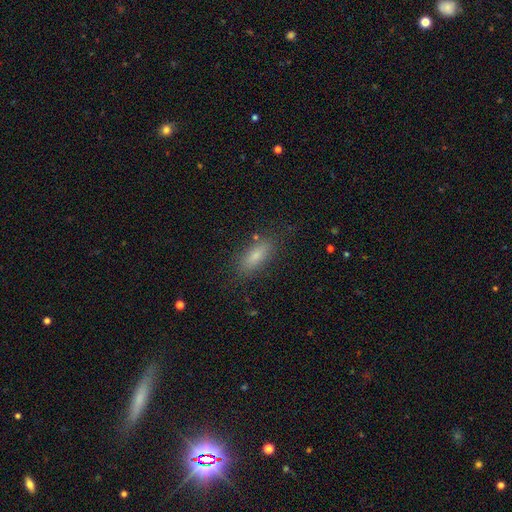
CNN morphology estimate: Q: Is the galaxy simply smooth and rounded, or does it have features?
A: smooth — 78%.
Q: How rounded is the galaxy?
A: in between — 71%.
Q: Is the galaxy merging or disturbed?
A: none — 81%.